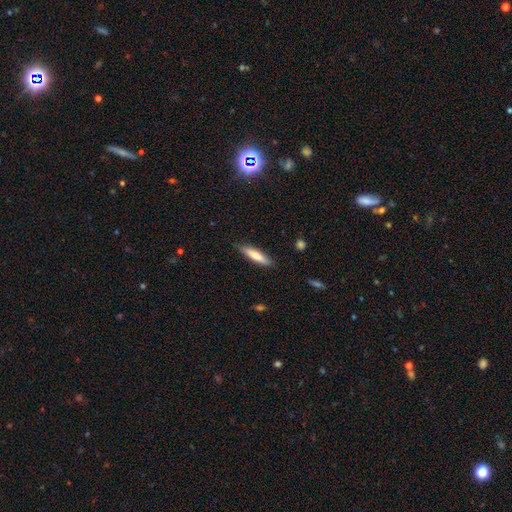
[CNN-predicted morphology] Smooth or featured? Predicted: smooth (p=0.71). How rounded? Predicted: cigar-shaped (p=0.79). Merging? Predicted: none (p=0.85).